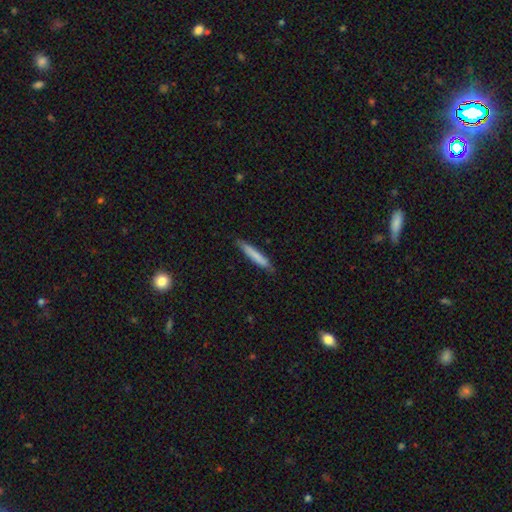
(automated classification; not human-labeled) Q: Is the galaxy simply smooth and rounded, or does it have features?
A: smooth — 76%.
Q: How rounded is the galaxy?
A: cigar-shaped — 94%.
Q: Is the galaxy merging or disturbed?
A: none — 84%.